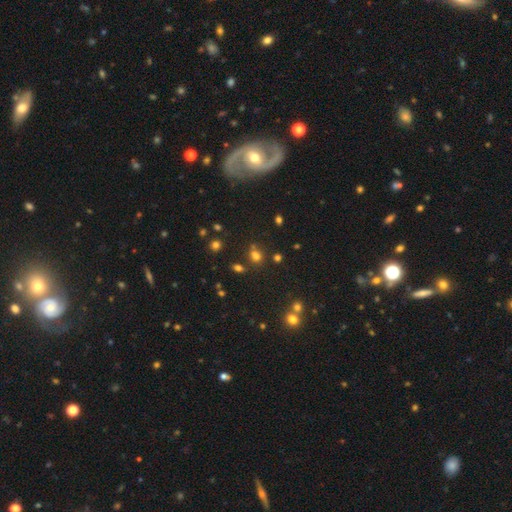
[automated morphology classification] This is likely a smooth galaxy (65%). How rounded: likely round (64%). Merging: likely none (62%).